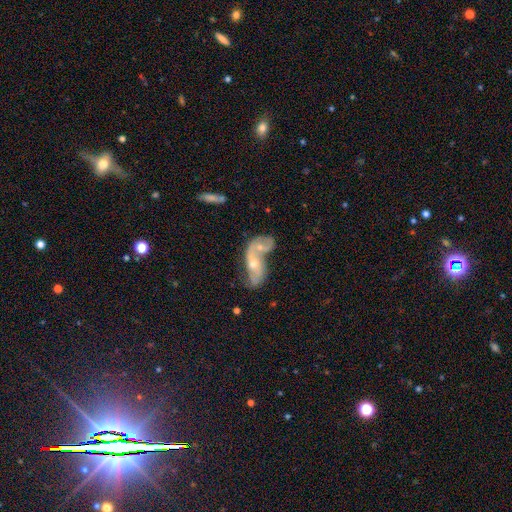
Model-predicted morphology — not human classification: featured or disk 70%, smooth 21%, star or artifact 9%. Down the decision tree: edge-on disk — no (91%); bar — no (62%); spiral arms — yes (78%); bulge size — moderate (51%); merging — merger (60%).